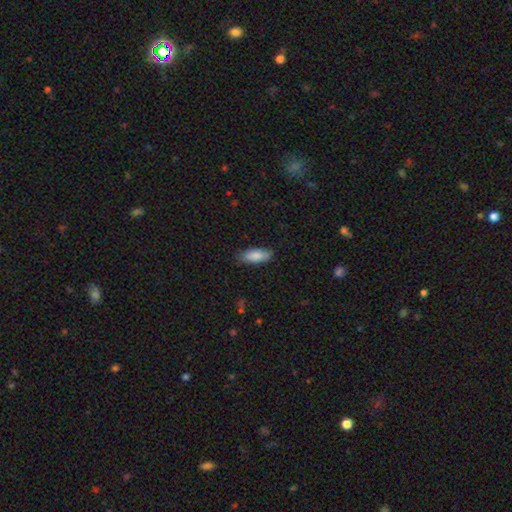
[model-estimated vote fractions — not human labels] A smooth galaxy with no disk features (87%) that is in between round and cigar-shaped (79%).

Vote fractions:
- Smooth or featured? smooth: 87% / featured or disk: 7% / star or artifact: 6%
- How rounded? in between: 79% / cigar-shaped: 19% / round: 2%
- Merging? none: 84% / minor disturbance: 13% / major disturbance: 2% / merger: 1%